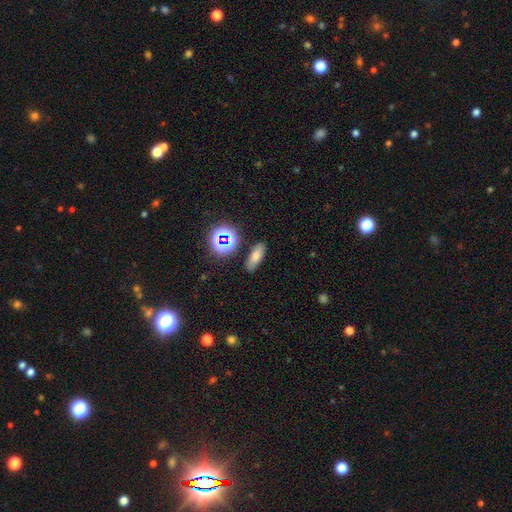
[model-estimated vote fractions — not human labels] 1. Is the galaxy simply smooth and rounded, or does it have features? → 59% smooth, 24% star or artifact, 17% featured or disk.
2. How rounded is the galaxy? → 60% in between, 29% cigar-shaped, 11% round.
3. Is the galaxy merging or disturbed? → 86% none, 9% minor disturbance, 3% merger, 3% major disturbance.